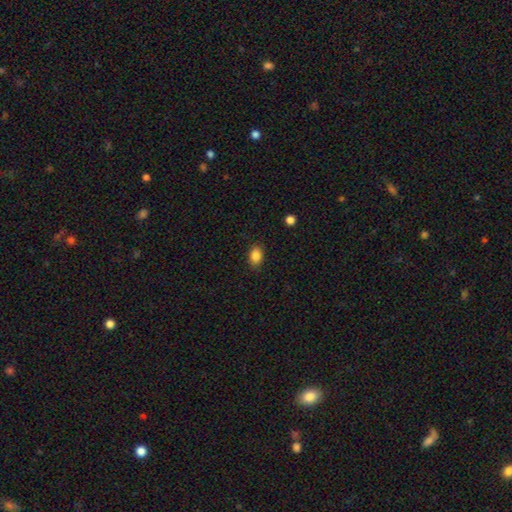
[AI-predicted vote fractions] smooth_or_featured: smooth (p=0.86) [alt: star or artifact p=0.10]
how_rounded: in between (p=0.78) [alt: round p=0.20]
merging: none (p=0.87) [alt: minor disturbance p=0.10]